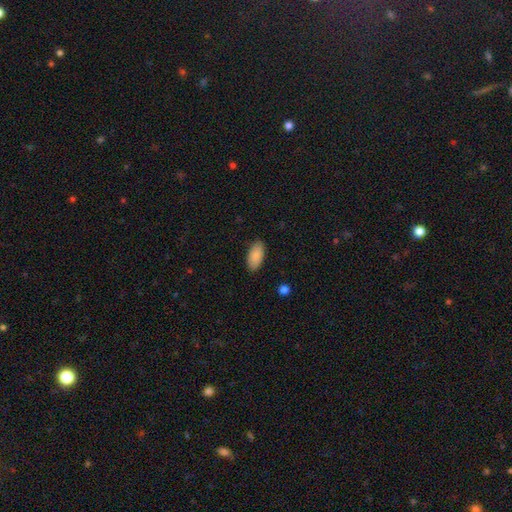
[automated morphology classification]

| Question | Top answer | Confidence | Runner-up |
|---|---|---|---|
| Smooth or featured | smooth | 89% | star or artifact (6%) |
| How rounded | in between | 92% | cigar-shaped (6%) |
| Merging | none | 87% | minor disturbance (10%) |